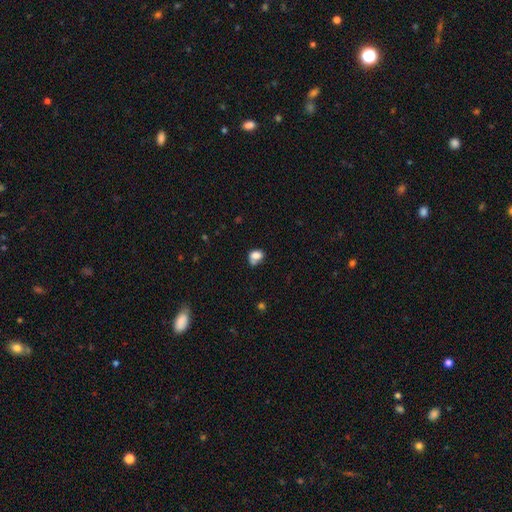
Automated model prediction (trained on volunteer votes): Smooth or featured?
  - smooth: 78% *
  - star or artifact: 11%
  - featured or disk: 11%
How rounded?
  - in between: 59% *
  - round: 39%
  - cigar-shaped: 1%
Merging?
  - none: 38% *
  - minor disturbance: 26%
  - merger: 23%
  - major disturbance: 12%